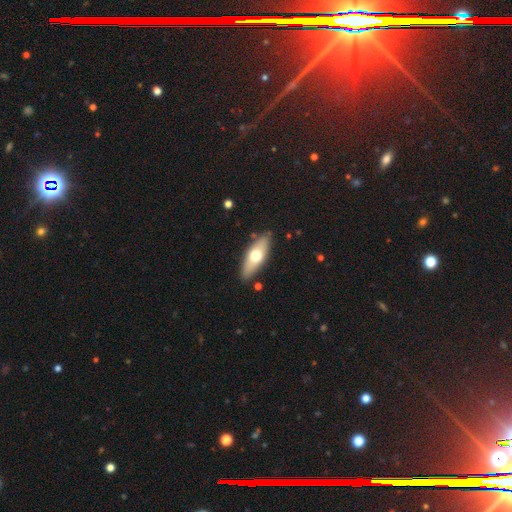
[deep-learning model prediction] A smooth galaxy with no disk features (57%) that is in between round and cigar-shaped (64%).

Vote fractions:
- Smooth or featured? smooth: 57% / featured or disk: 38% / star or artifact: 5%
- How rounded? in between: 64% / cigar-shaped: 34% / round: 3%
- Merging? none: 86% / minor disturbance: 10% / major disturbance: 2% / merger: 2%